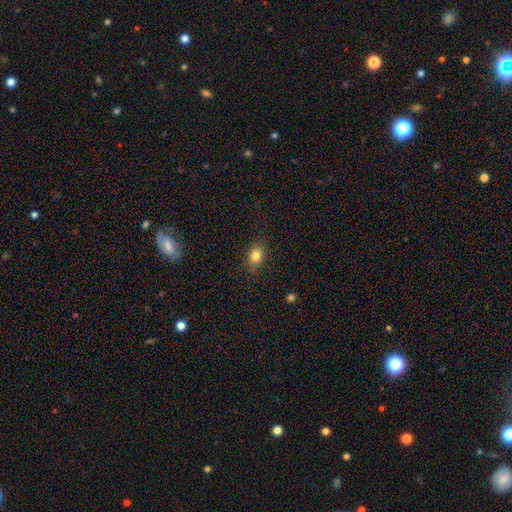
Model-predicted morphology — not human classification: smooth-or-featured: smooth: 82% | star or artifact: 11% | featured or disk: 7%
  how-rounded: in between: 57% | round: 42% | cigar-shaped: 2%
  merging: none: 85% | minor disturbance: 11% | major disturbance: 3% | merger: 1%